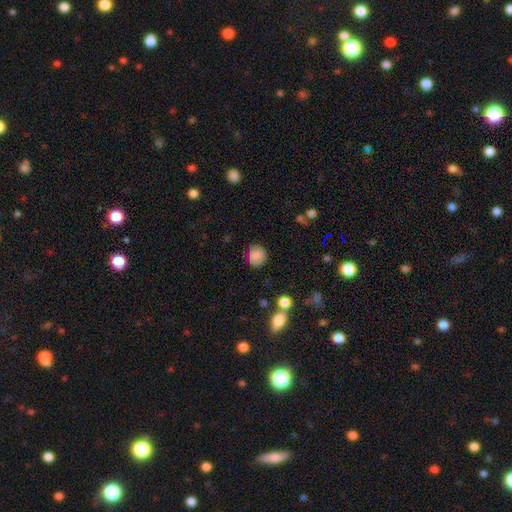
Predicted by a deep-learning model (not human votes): Smooth or featured: smooth — 77% (featured or disk — 14%)
How rounded: round — 71% (in between — 28%)
Merging: none — 77% (minor disturbance — 16%)